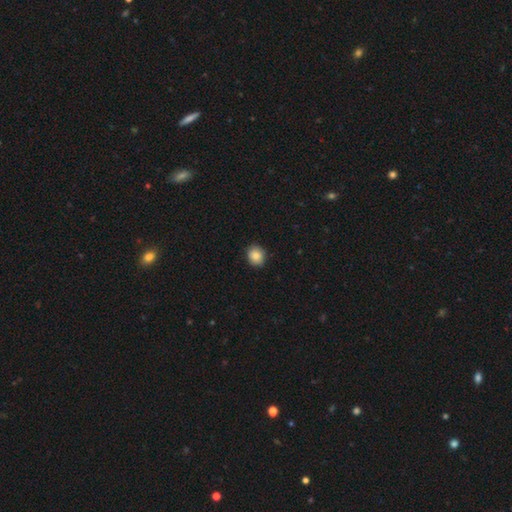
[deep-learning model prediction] This appears to be a smooth galaxy with no disk features (87%) that is round (71%). Merging: none (88%).